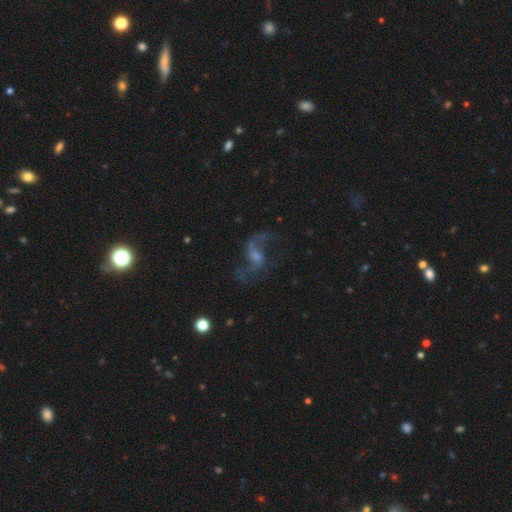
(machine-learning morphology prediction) Smooth or featured? featured or disk (77%)
Edge-on disk? no (96%)
Bar? weak (47%)
Spiral arms? yes (90%)
Spiral winding? loose (79%)
Spiral arm count? 2 (86%)
Bulge size? small (45%)
Merging? none (62%)